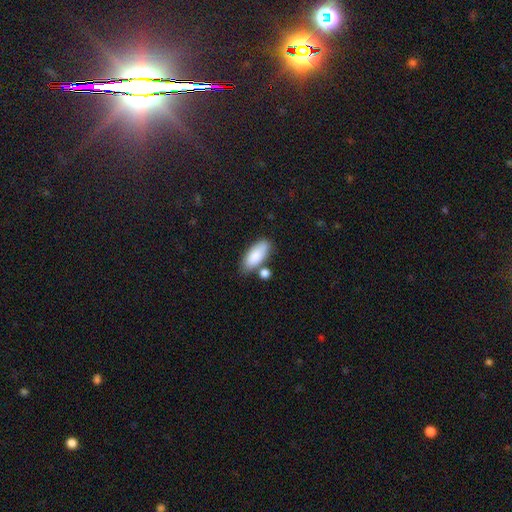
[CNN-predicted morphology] Smooth or featured? Predicted: smooth (p=0.84). How rounded? Predicted: in between (p=0.84). Merging? Predicted: none (p=0.64).